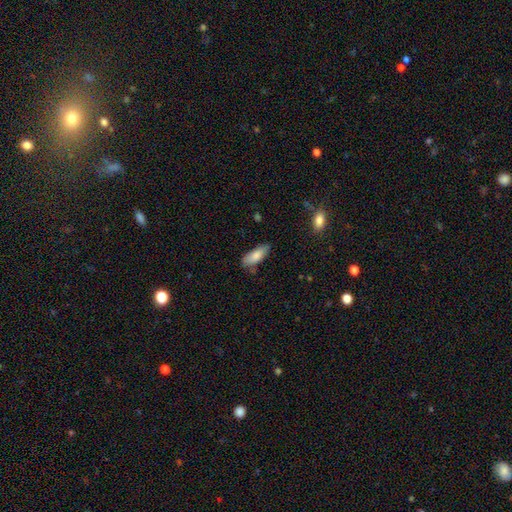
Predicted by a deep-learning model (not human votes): Smooth or featured? smooth (83%)
How rounded? in between (70%)
Merging? none (75%)